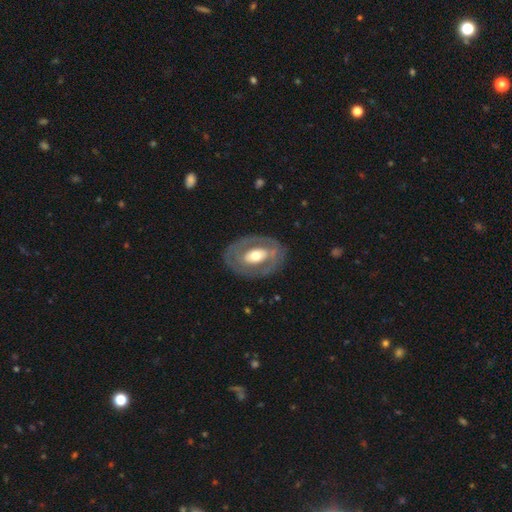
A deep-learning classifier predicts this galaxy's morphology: Smooth or featured: featured or disk — 63% (smooth — 31%)
Edge-on disk: no — 93% (yes — 7%)
Bar: no — 60% (weak — 23%)
Spiral arms: no — 69% (yes — 31%)
Bulge size: moderate — 61% (large — 24%)
Merging: none — 78% (minor disturbance — 14%)